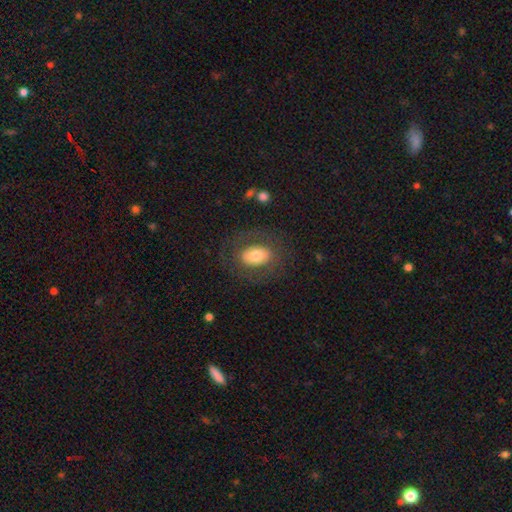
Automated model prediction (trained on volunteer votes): Overall: smooth (62%; featured or disk 30%). How rounded: in between (77%). Merging: none (76%).